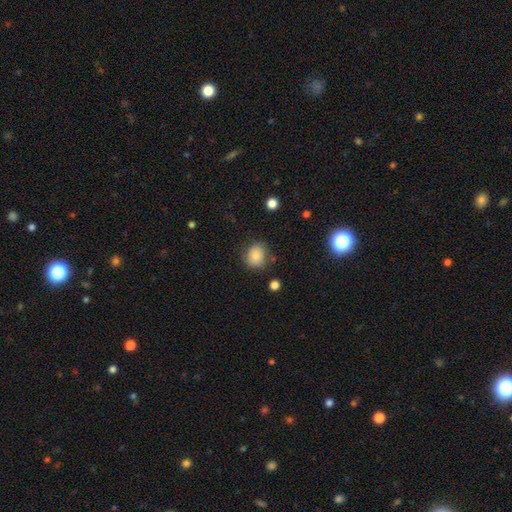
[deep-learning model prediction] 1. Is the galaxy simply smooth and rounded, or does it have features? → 81% smooth, 10% star or artifact, 9% featured or disk.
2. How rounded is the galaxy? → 70% round, 29% in between, 1% cigar-shaped.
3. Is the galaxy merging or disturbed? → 75% none, 17% minor disturbance, 5% major disturbance, 3% merger.